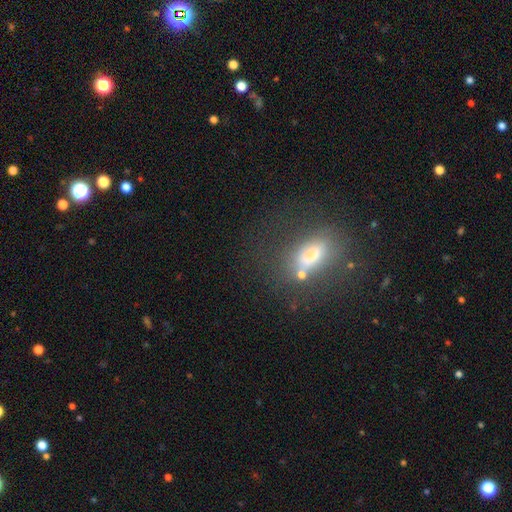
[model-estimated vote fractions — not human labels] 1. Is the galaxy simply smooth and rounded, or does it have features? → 51% smooth, 26% star or artifact, 23% featured or disk.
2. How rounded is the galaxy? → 70% in between, 19% round, 11% cigar-shaped.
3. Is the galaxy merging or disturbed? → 67% none, 14% minor disturbance, 11% merger, 9% major disturbance.